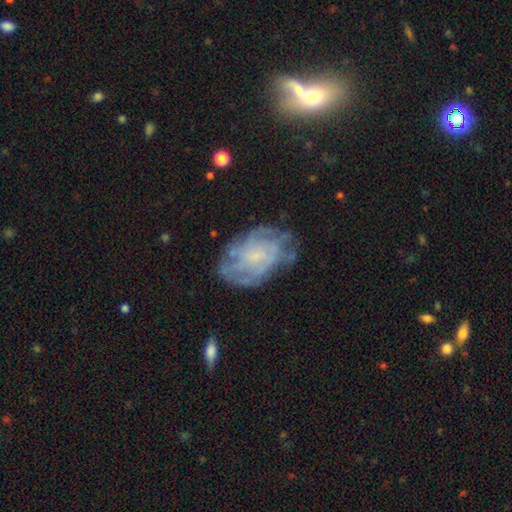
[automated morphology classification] Overall: featured or disk (73%). Edge-on disk: no (97%). Bar: no (66%; weak 28%). Spiral arms: yes (86%). Spiral arm count: can't tell (50%; 4 15%). Spiral winding: tight (57%; medium 32%). Bulge size: small (54%; none 27%). Merging: none (65%).